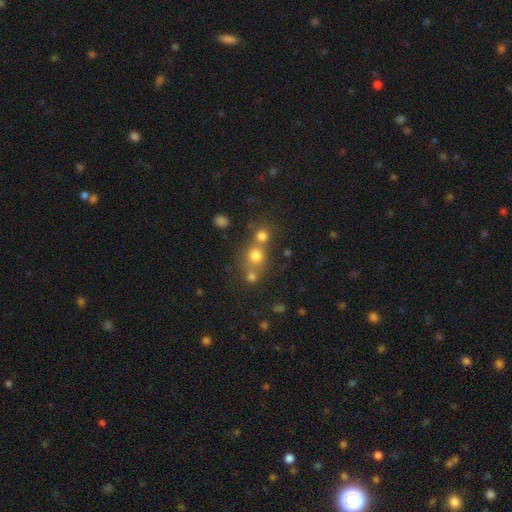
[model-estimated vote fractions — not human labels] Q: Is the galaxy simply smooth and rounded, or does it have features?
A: smooth — 72%.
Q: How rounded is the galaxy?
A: round — 85%.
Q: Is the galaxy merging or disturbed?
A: none — 49%.